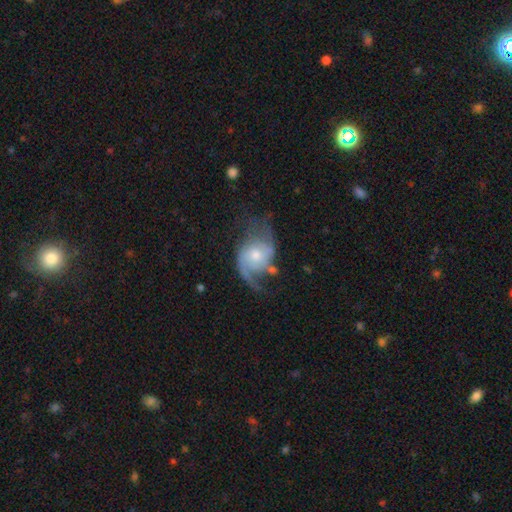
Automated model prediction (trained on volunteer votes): A featured or disk galaxy (78%) with no bar (70%), 2 (74%) loose (54%) spiral arms (92%) and a moderate central bulge (54%). Merging: none (44%).